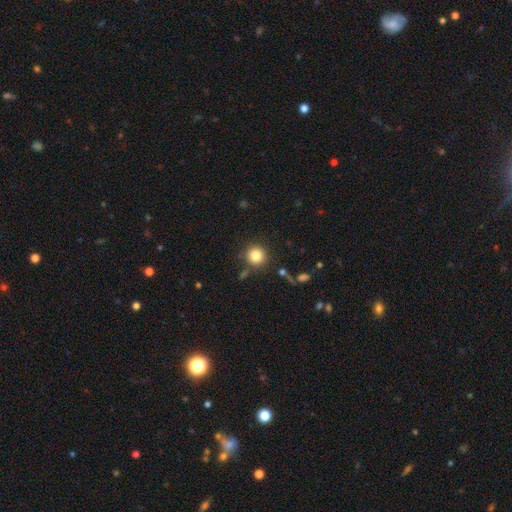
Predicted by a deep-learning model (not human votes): Morphology: type=smooth (84%); roundness=round (93%); merging=none (83%).